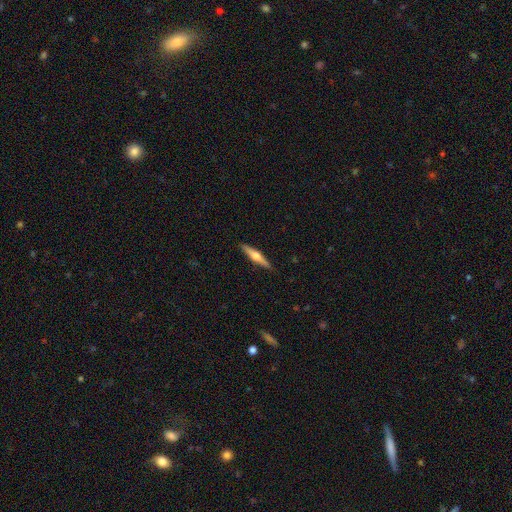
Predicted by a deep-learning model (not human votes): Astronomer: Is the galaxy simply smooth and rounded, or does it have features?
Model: featured or disk — 64%.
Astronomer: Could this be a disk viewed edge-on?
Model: yes — 97%.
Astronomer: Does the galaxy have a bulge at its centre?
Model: rounded — 92%.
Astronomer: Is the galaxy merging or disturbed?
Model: none — 90%.